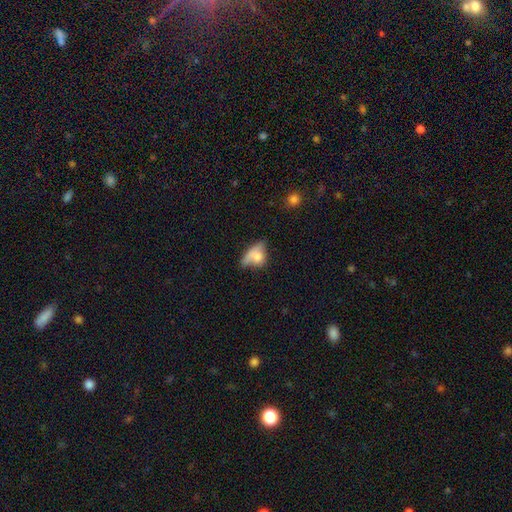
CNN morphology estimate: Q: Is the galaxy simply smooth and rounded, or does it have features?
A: smooth — 64%.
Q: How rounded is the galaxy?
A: in between — 68%.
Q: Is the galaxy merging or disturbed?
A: none — 34%.